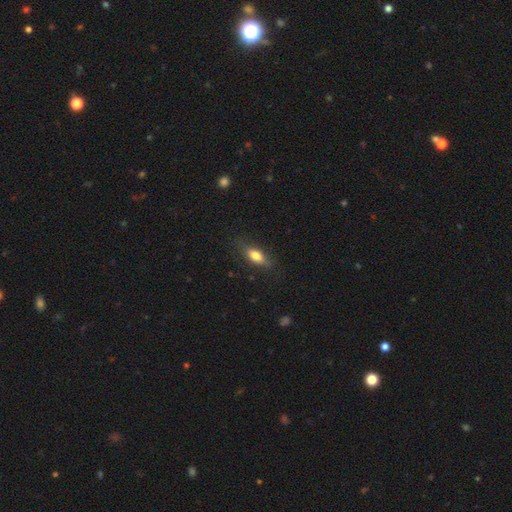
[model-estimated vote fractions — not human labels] Smooth or featured? smooth (74%)
How rounded? in between (75%)
Merging? none (75%)